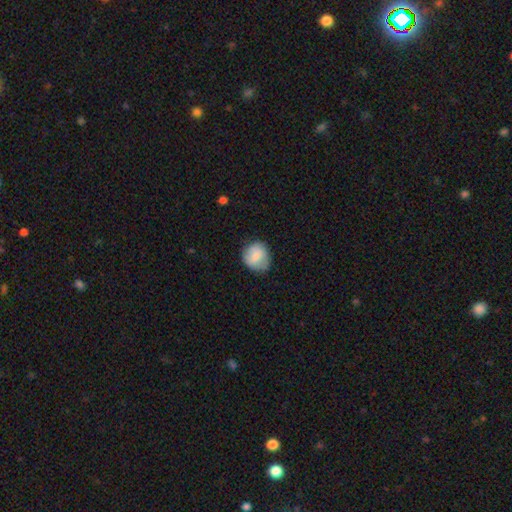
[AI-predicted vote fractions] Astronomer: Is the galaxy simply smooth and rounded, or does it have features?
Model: smooth — 78%.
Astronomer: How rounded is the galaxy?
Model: round — 80%.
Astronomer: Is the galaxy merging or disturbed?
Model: none — 74%.